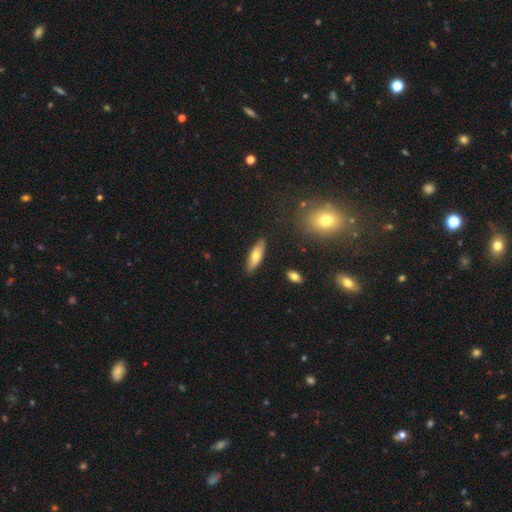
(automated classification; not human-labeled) A smooth galaxy with no disk features (64%) that is in between round and cigar-shaped (53%). Merging: none (86%).